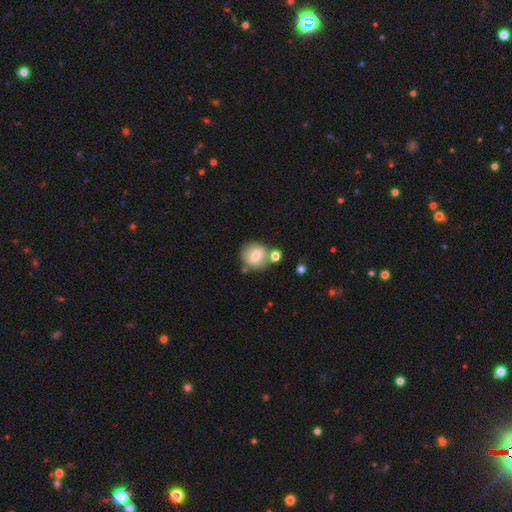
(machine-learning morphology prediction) This appears to be a smooth galaxy with no disk features (66%) that is round (85%). Merging: none (67%).